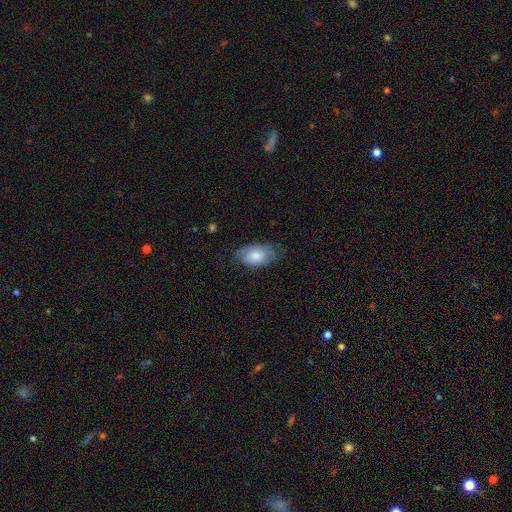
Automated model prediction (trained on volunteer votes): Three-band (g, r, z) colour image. It shows a smooth galaxy with no disk features (69%) that is in between round and cigar-shaped (93%). Merging: none (66%).